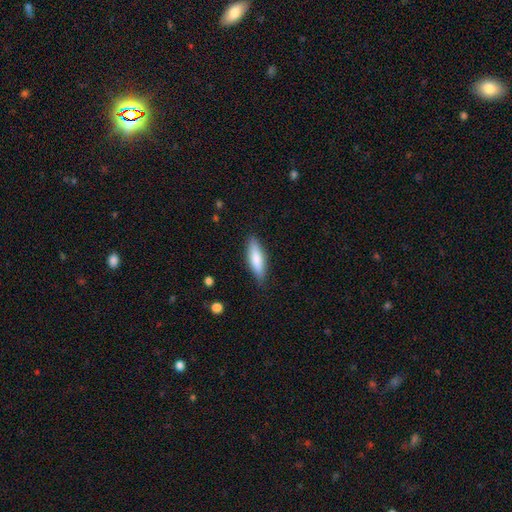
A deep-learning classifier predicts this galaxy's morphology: Smooth or featured?
  - smooth: 75% *
  - featured or disk: 19%
  - star or artifact: 6%
How rounded?
  - cigar-shaped: 58% *
  - in between: 40%
  - round: 2%
Merging?
  - none: 86% *
  - minor disturbance: 10%
  - major disturbance: 2%
  - merger: 1%